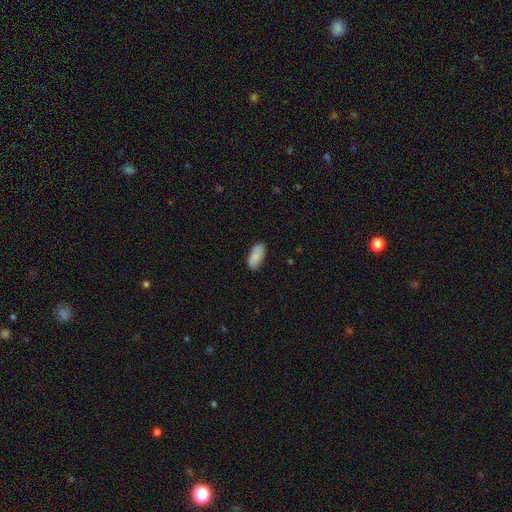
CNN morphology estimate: This is clearly a smooth galaxy (87%). How rounded: clearly in between (90%). Merging: clearly none (85%).